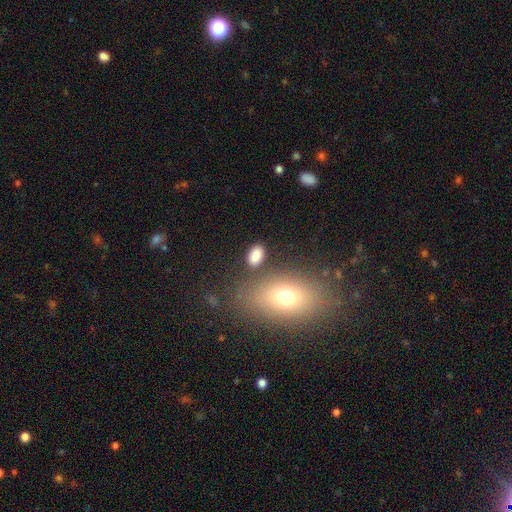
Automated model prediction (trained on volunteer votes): smooth_or_featured: smooth (p=0.84) [alt: star or artifact p=0.10]
how_rounded: in between (p=0.88) [alt: round p=0.10]
merging: none (p=0.76) [alt: minor disturbance p=0.12]